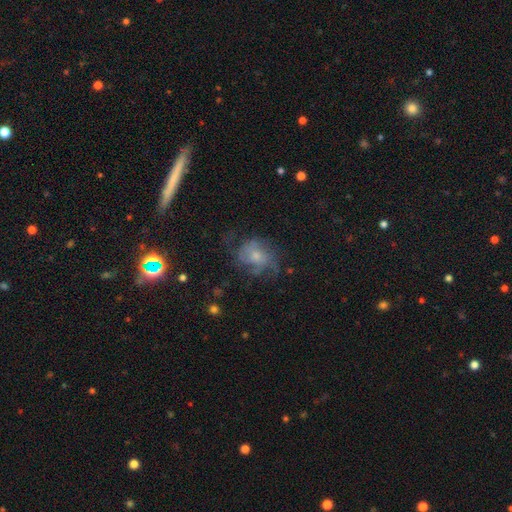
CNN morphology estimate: type=featured or disk (53%); edge-on=no (97%); bar=no (81%); spiral arms=yes (65%); bulge=small (55%); merging=none (46%).